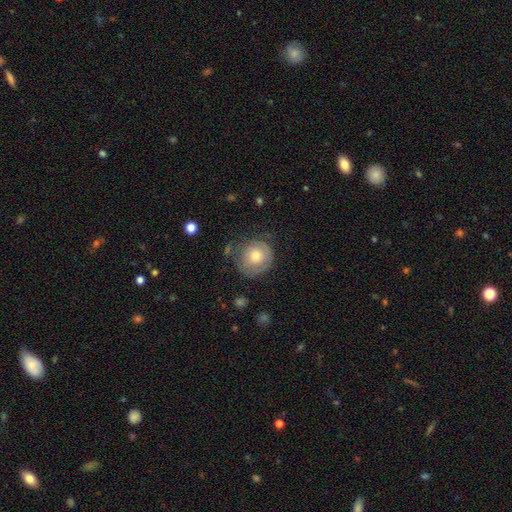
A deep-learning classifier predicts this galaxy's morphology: smooth-or-featured: smooth: 55% | featured or disk: 38% | star or artifact: 7%
  how-rounded: round: 86% | in between: 13% | cigar-shaped: 1%
  merging: none: 64% | minor disturbance: 23% | major disturbance: 10% | merger: 3%